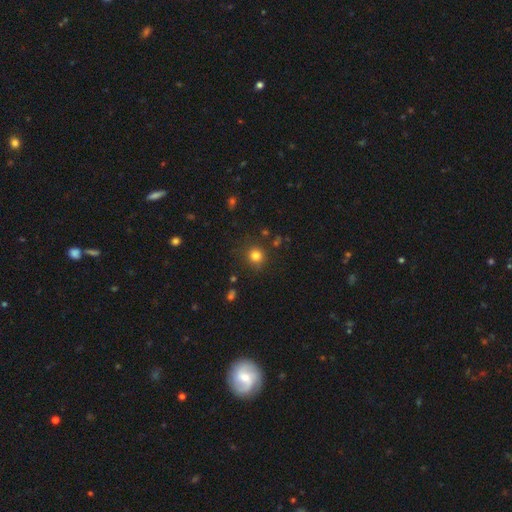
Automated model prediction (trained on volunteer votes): Q: Smooth or featured?
A: smooth (81%); runner-up: star or artifact (14%)
Q: How rounded?
A: round (91%); runner-up: in between (8%)
Q: Merging?
A: none (85%); runner-up: minor disturbance (9%)